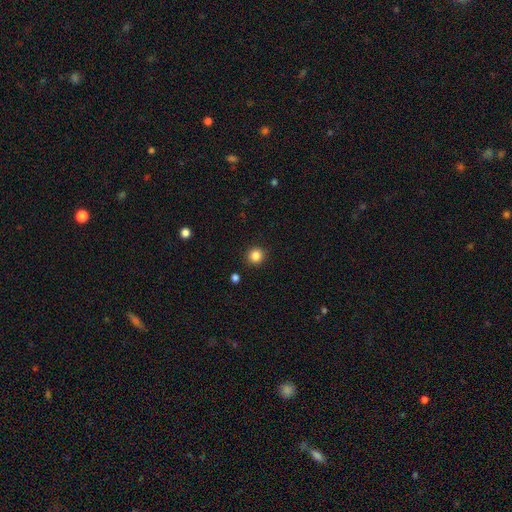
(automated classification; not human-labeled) Smooth or featured: smooth — 85% (star or artifact — 11%)
How rounded: round — 93% (in between — 6%)
Merging: none — 91% (minor disturbance — 5%)